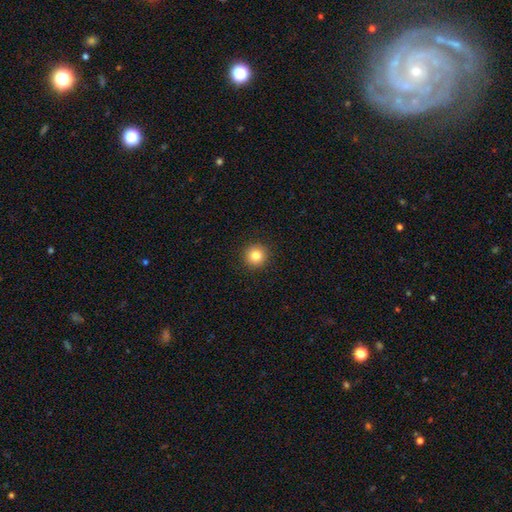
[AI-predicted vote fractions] Smooth or featured?
  - smooth: 83% *
  - star or artifact: 11%
  - featured or disk: 6%
How rounded?
  - round: 95% *
  - in between: 4%
  - cigar-shaped: 1%
Merging?
  - none: 93% *
  - minor disturbance: 5%
  - major disturbance: 2%
  - merger: 1%